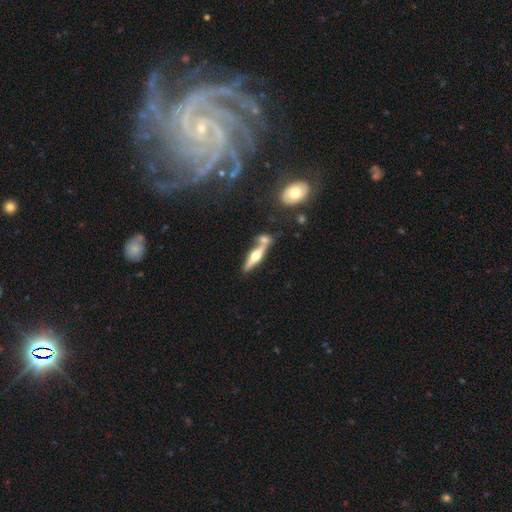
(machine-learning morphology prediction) A featured or disk galaxy (65%) viewed edge-on (94%) with a rounded central bulge (95%). Merging: none (58%).